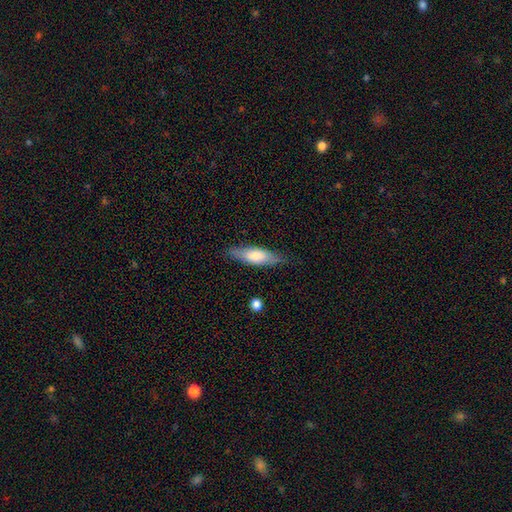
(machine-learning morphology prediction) This is likely a smooth galaxy (66%). How rounded: possibly cigar-shaped (53%). Merging: clearly none (81%).